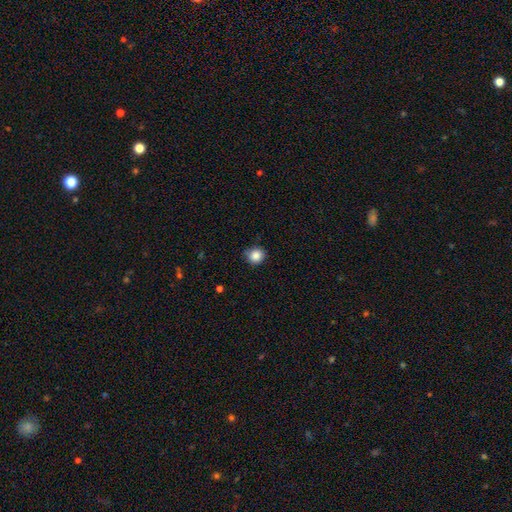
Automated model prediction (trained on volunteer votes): A smooth galaxy with no disk features (86%) that is round (89%).

Vote fractions:
- Smooth or featured? smooth: 86% / star or artifact: 10% / featured or disk: 4%
- How rounded? round: 89% / in between: 10% / cigar-shaped: 1%
- Merging? none: 82% / minor disturbance: 14% / major disturbance: 2% / merger: 1%